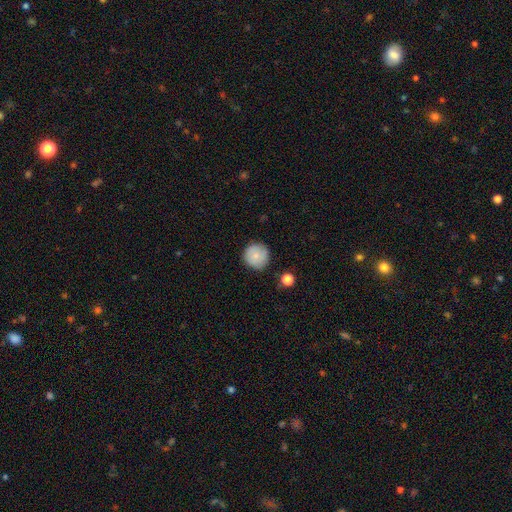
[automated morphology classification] Overall: smooth (82%). How rounded: round (95%). Merging: none (86%).